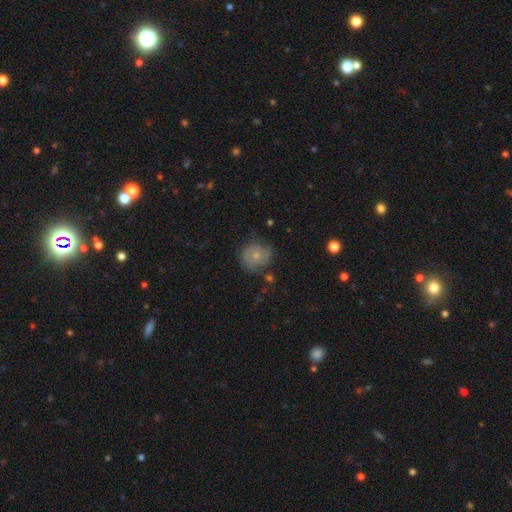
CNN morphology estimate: Smooth or featured: featured or disk — 47% (smooth — 44%)
Merging: none — 63% (minor disturbance — 24%)